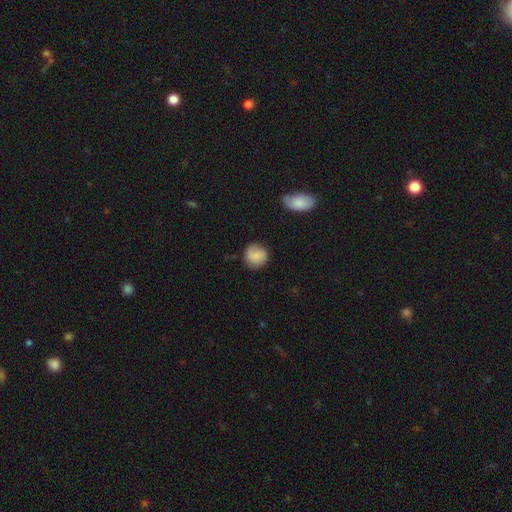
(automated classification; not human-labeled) smooth_or_featured: smooth (p=0.82) [alt: featured or disk p=0.11]
how_rounded: round (p=0.86) [alt: in between p=0.13]
merging: none (p=0.80) [alt: minor disturbance p=0.15]